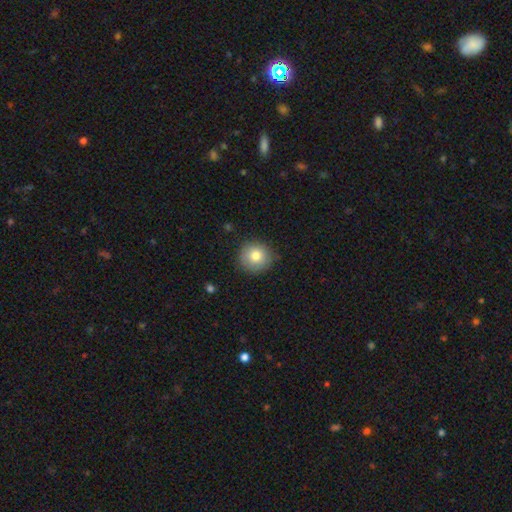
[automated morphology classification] Overall: smooth (81%). How rounded: round (92%). Merging: none (85%).